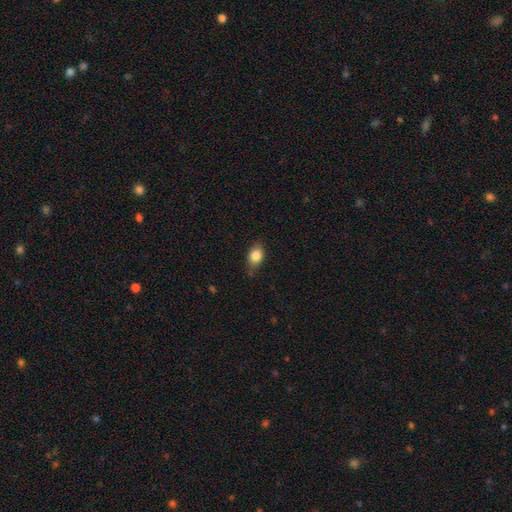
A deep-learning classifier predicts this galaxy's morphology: A smooth galaxy with no disk features (83%) that is in between round and cigar-shaped (70%).

Vote fractions:
- Smooth or featured? smooth: 83% / star or artifact: 9% / featured or disk: 8%
- How rounded? in between: 70% / round: 28% / cigar-shaped: 2%
- Merging? none: 71% / minor disturbance: 23% / major disturbance: 4% / merger: 2%